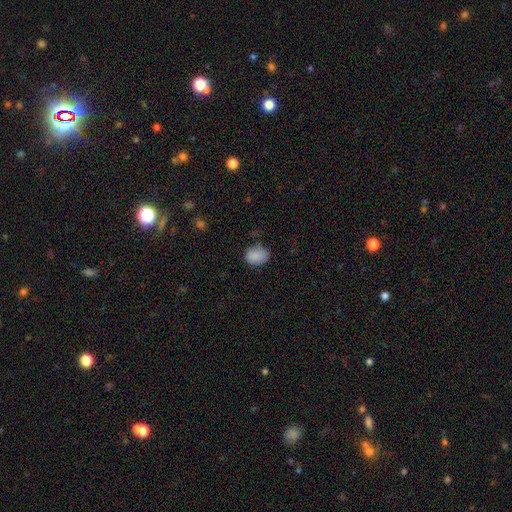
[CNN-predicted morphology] Smooth or featured? smooth (86%)
How rounded? in between (63%)
Merging? none (63%)